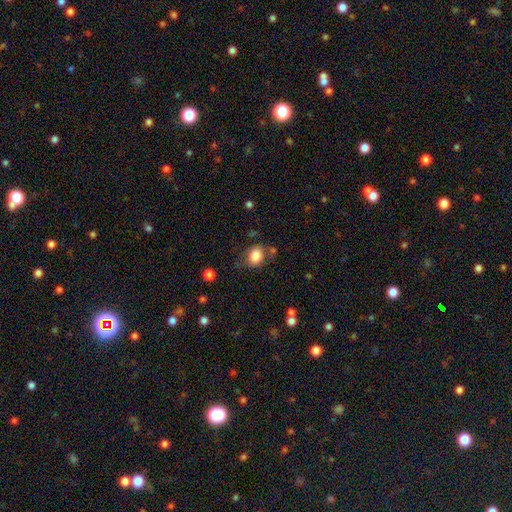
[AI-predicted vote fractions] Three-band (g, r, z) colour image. It shows a smooth galaxy with no disk features (85%) that is in between round and cigar-shaped (52%). Merging: none (69%).